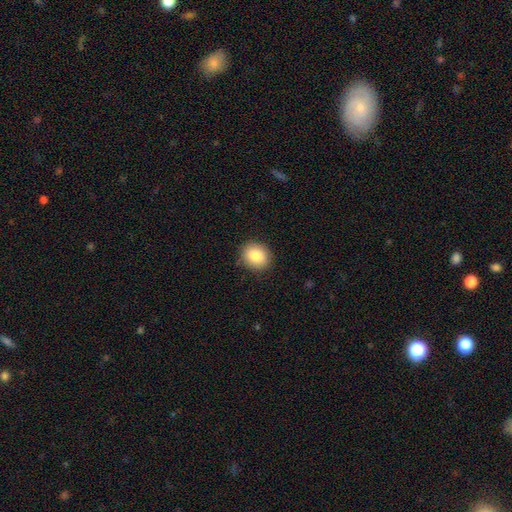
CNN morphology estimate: Smooth or featured? Predicted: smooth (p=0.85). How rounded? Predicted: round (p=0.69). Merging? Predicted: none (p=0.88).